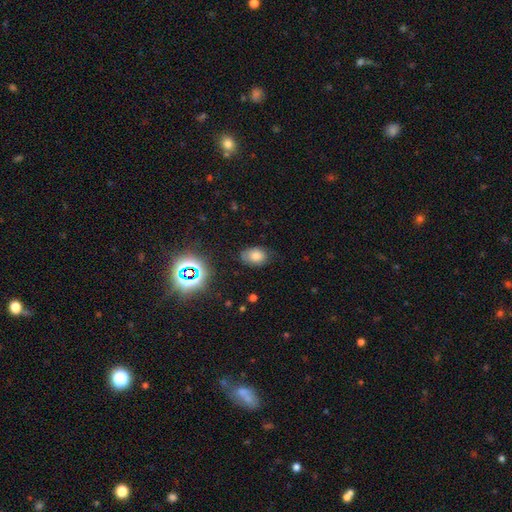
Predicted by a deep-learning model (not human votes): Smooth or featured: smooth — 71% (star or artifact — 17%)
How rounded: in between — 78% (round — 21%)
Merging: none — 71% (minor disturbance — 22%)